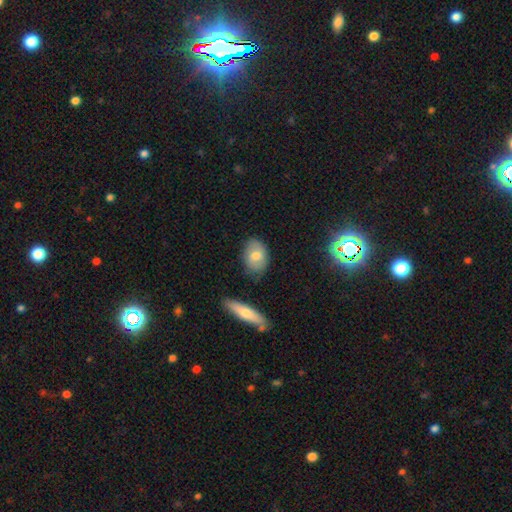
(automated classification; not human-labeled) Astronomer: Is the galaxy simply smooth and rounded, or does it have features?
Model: smooth — 72%.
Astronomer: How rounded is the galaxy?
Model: in between — 79%.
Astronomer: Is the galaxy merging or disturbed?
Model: none — 78%.